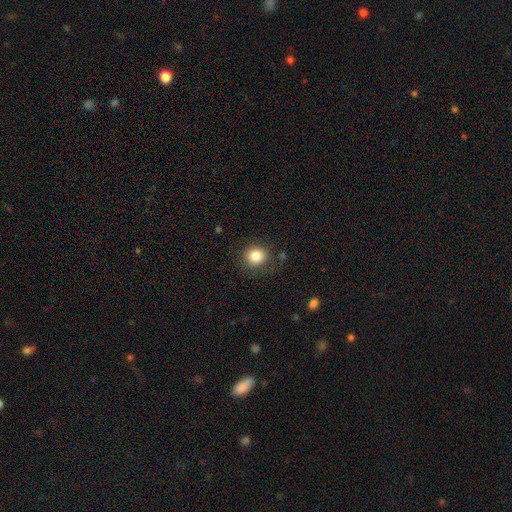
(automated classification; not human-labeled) The model was most divided on "smooth or featured": smooth: 83%, star or artifact: 11%, featured or disk: 6%. More confident: how rounded — round (88%); merging — none (85%).